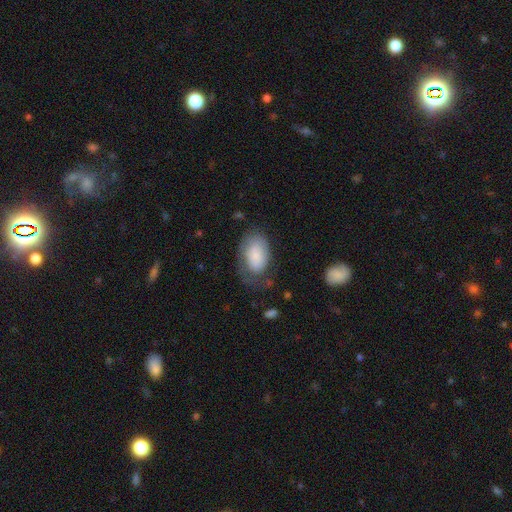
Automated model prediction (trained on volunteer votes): Overall: smooth (77%). How rounded: in between (92%). Merging: none (49%; minor disturbance 29%).